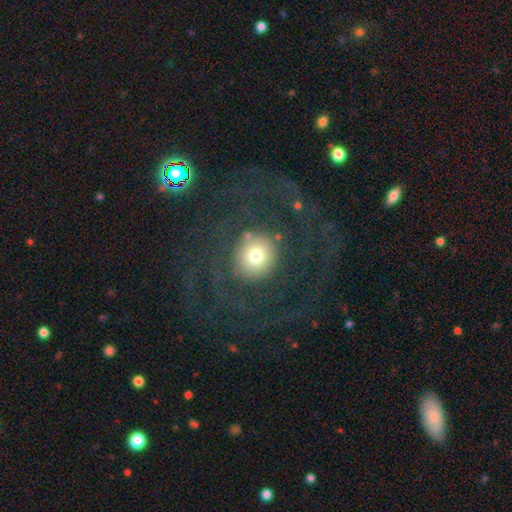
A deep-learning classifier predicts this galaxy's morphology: smooth 64%, featured or disk 21%, star or artifact 15%. Down the decision tree: how rounded — round (88%); merging — none (65%).